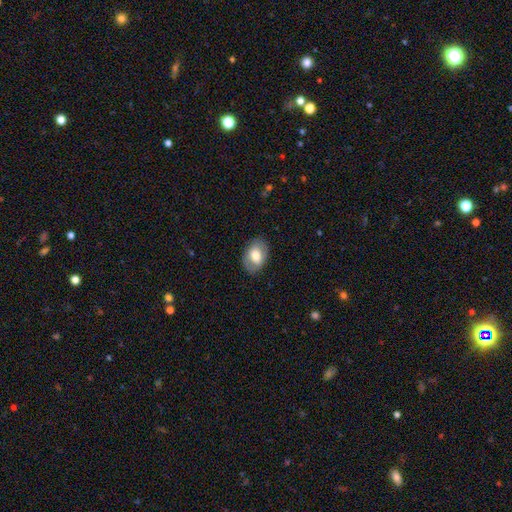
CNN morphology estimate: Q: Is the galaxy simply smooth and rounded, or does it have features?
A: smooth — 67%.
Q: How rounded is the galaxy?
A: in between — 84%.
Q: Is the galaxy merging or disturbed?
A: none — 84%.